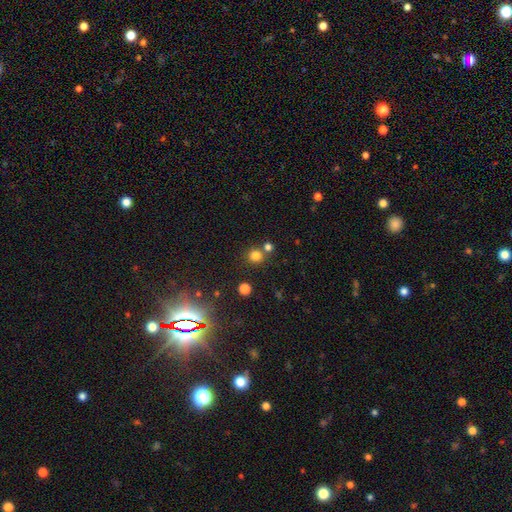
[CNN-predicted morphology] A smooth galaxy with no disk features (77%) that is round (90%).

Vote fractions:
- Smooth or featured? smooth: 77% / star or artifact: 17% / featured or disk: 6%
- How rounded? round: 90% / in between: 9% / cigar-shaped: 1%
- Merging? none: 72% / merger: 18% / minor disturbance: 7% / major disturbance: 3%